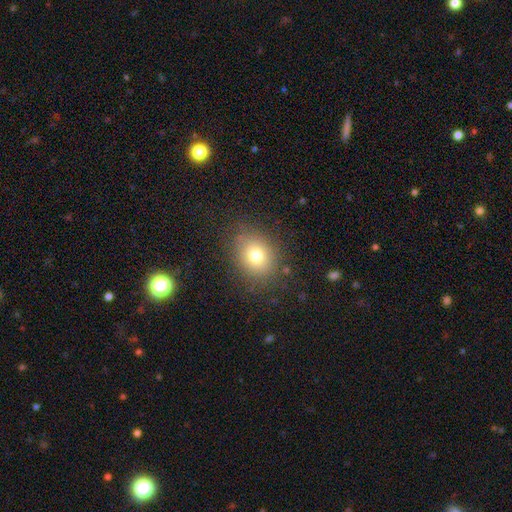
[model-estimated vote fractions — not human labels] Smooth or featured? Predicted: smooth (p=0.75). How rounded? Predicted: round (p=0.56). Merging? Predicted: none (p=0.82).